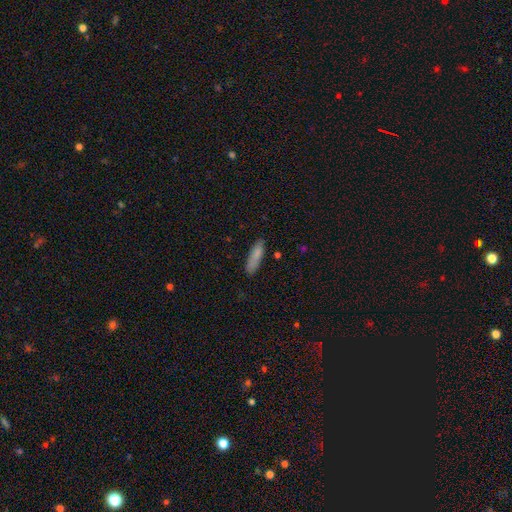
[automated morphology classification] Overall: smooth (83%). How rounded: cigar-shaped (66%; in between 33%). Merging: none (80%).